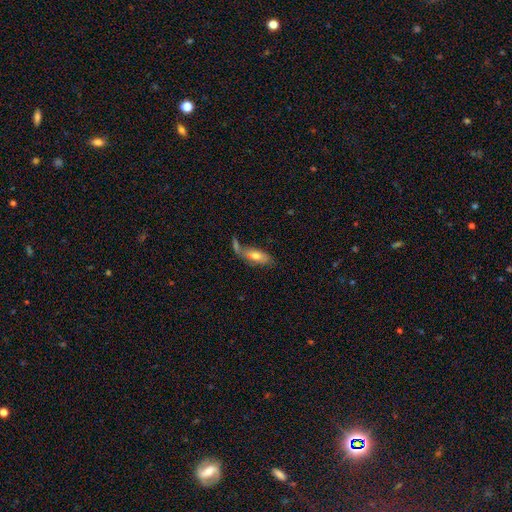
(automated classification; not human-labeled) Smooth or featured? Predicted: smooth (p=0.62). How rounded? Predicted: in between (p=0.76). Merging? Predicted: none (p=0.45).